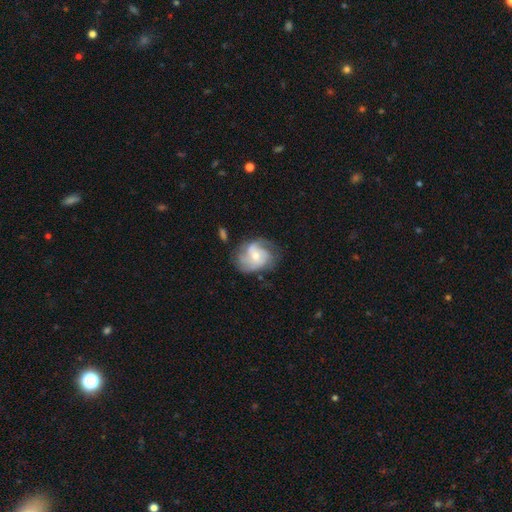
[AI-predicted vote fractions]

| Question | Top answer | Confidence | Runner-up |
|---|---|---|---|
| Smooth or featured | featured or disk | 79% | smooth (15%) |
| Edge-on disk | no | 98% | yes (2%) |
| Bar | no | 66% | weak (29%) |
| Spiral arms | yes | 94% | no (6%) |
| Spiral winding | medium | 43% | tight (41%) |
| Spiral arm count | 3 | 38% | 2 (24%) |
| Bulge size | moderate | 49% | small (46%) |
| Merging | none | 63% | minor disturbance (23%) |